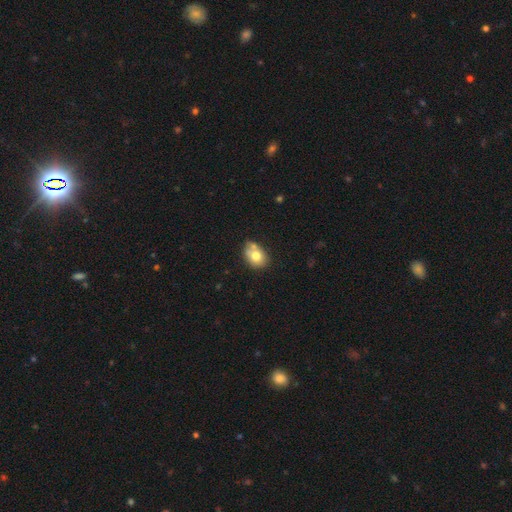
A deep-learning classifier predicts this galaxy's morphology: type=smooth (73%); roundness=in between (60%); merging=none (49%).